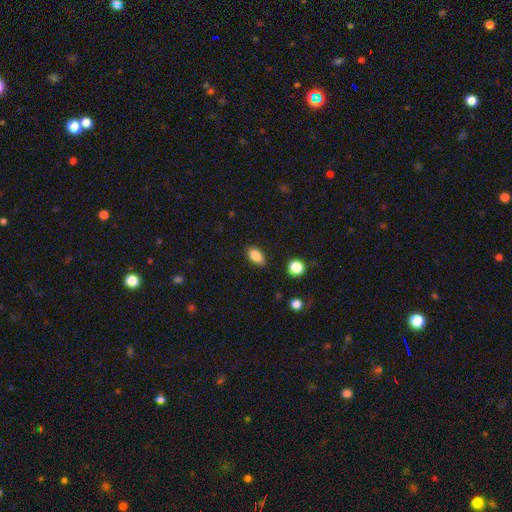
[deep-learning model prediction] Q: Smooth or featured?
A: smooth (85%); runner-up: star or artifact (9%)
Q: How rounded?
A: in between (88%); runner-up: round (9%)
Q: Merging?
A: none (84%); runner-up: minor disturbance (12%)